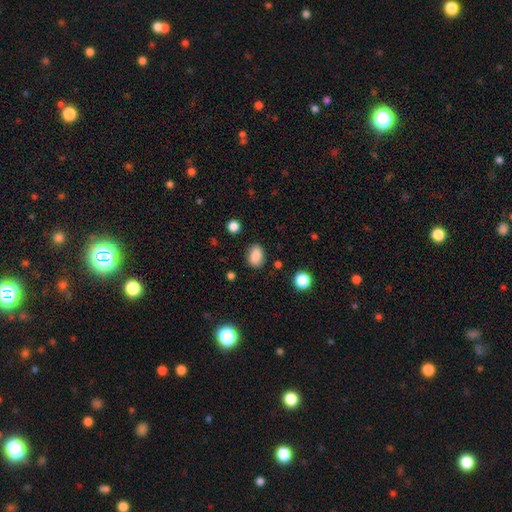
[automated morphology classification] Overall: smooth (84%). How rounded: in between (76%). Merging: none (83%).